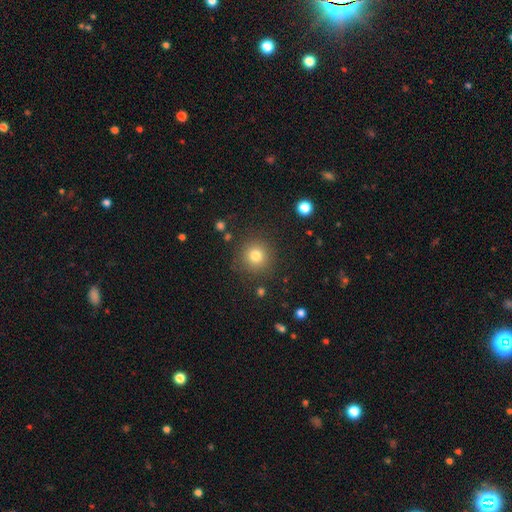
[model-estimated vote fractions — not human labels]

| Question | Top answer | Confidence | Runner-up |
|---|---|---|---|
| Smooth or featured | smooth | 79% | star or artifact (13%) |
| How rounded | round | 94% | in between (5%) |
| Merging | none | 87% | minor disturbance (8%) |